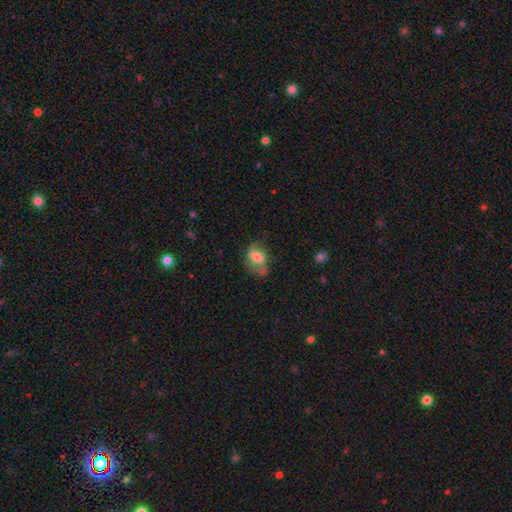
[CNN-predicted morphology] smooth-or-featured: smooth: 58% | featured or disk: 32% | star or artifact: 10%
  how-rounded: in between: 76% | round: 22% | cigar-shaped: 2%
  merging: none: 42% | minor disturbance: 30% | major disturbance: 22% | merger: 7%